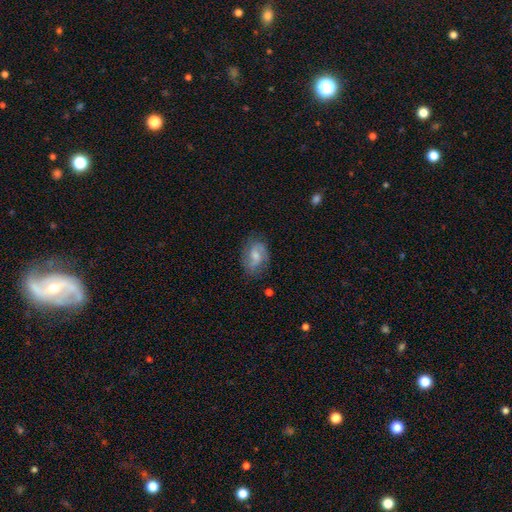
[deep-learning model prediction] A featured or disk galaxy (64%) with a weak bar (52%), 2 (83%) medium (44%) spiral arms (90%) and a moderate central bulge (44%).

Vote fractions:
- Smooth or featured? featured or disk: 64% / smooth: 29% / star or artifact: 7%
- Edge-on disk? no: 97% / yes: 3%
- Bar? weak: 52% / no: 38% / strong: 10%
- Spiral arms? yes: 90% / no: 10%
- Spiral winding? medium: 44% / loose: 39% / tight: 17%
- Spiral arm count? 2: 83% / can't tell: 9% / 1: 3% / 3: 2% / 4: 1% / more than 4: 1%
- Bulge size? moderate: 44% / small: 35% / none: 14% / large: 6% / dominant: 1%
- Merging? none: 73% / minor disturbance: 19% / major disturbance: 7% / merger: 2%